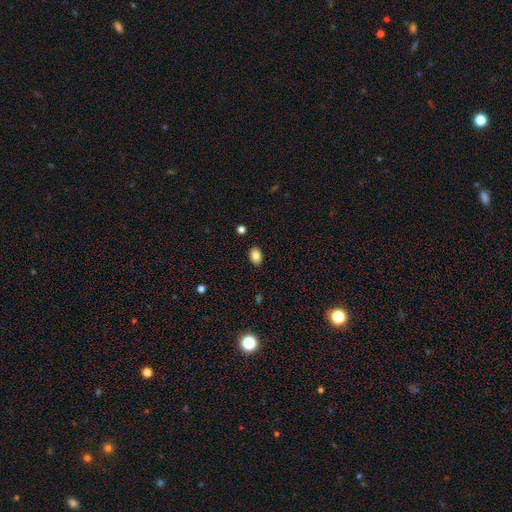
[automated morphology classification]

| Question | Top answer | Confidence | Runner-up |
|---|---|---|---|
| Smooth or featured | smooth | 85% | star or artifact (9%) |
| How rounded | in between | 82% | round (17%) |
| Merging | none | 89% | minor disturbance (8%) |